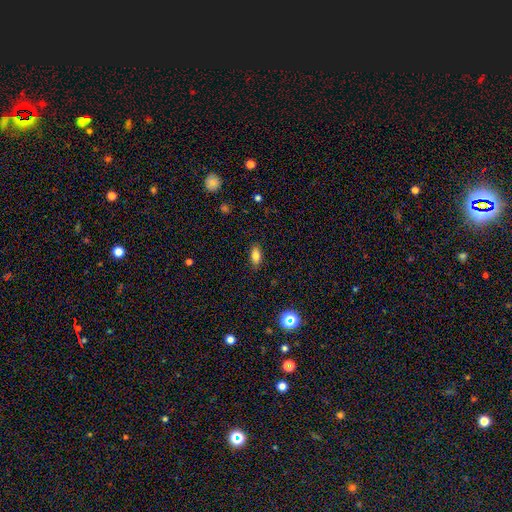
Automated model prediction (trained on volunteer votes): smooth_or_featured: smooth (p=0.80) [alt: star or artifact p=0.10]
how_rounded: in between (p=0.87) [alt: cigar-shaped p=0.08]
merging: none (p=0.87) [alt: minor disturbance p=0.10]